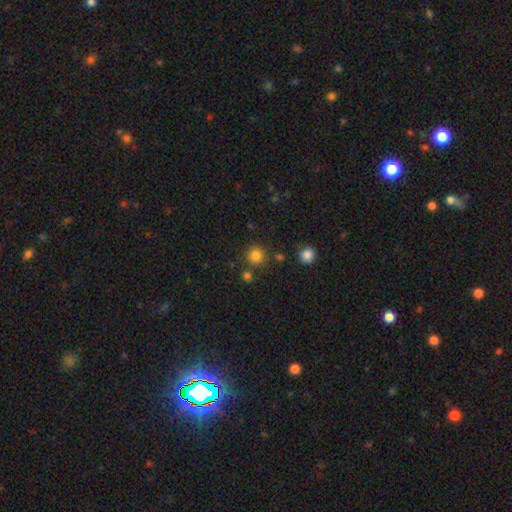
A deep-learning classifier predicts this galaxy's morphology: Smooth or featured? smooth (82%)
How rounded? round (94%)
Merging? none (83%)